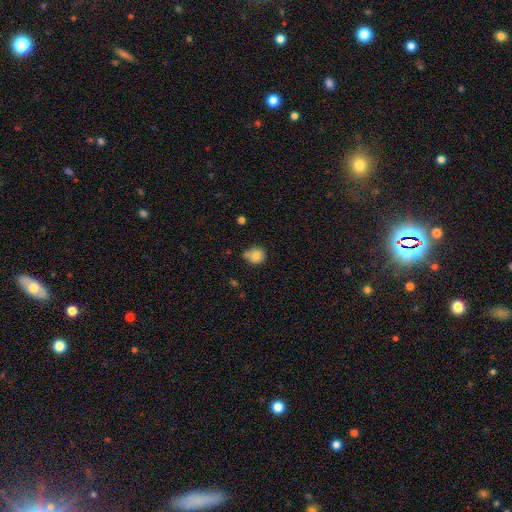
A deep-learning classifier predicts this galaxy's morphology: type=smooth (81%); roundness=round (83%); merging=none (61%).